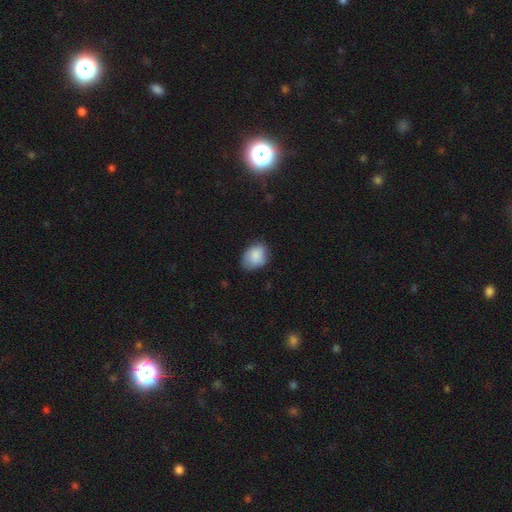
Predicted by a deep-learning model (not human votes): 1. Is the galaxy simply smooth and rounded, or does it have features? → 85% smooth, 8% featured or disk, 7% star or artifact.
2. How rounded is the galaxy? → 71% in between, 28% round, 1% cigar-shaped.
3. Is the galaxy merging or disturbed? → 68% none, 26% minor disturbance, 5% major disturbance, 1% merger.